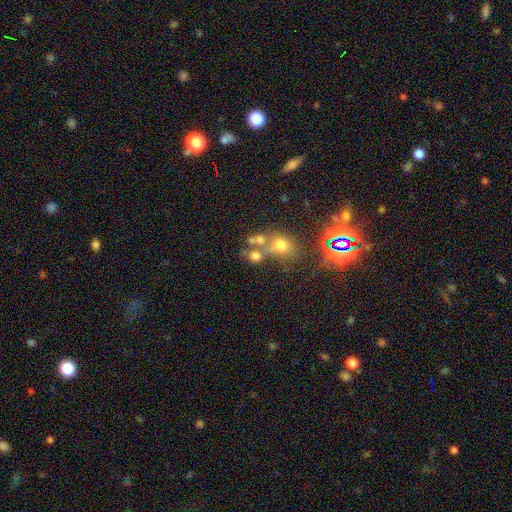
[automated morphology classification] smooth 58%, star or artifact 23%, featured or disk 20%. Down the decision tree: how rounded — round (61%); merging — merger (45%).